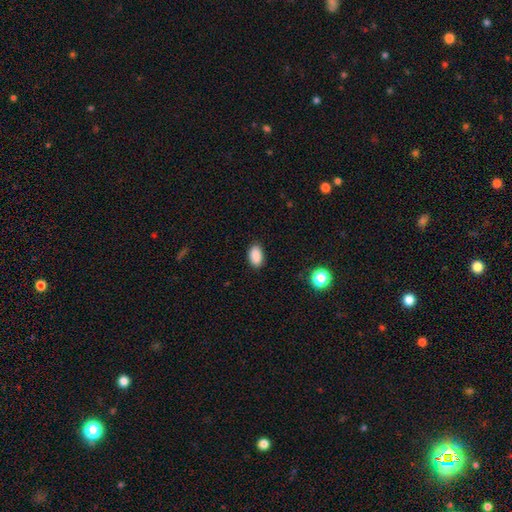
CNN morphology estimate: Smooth or featured? Predicted: smooth (p=0.88). How rounded? Predicted: in between (p=0.91). Merging? Predicted: none (p=0.87).